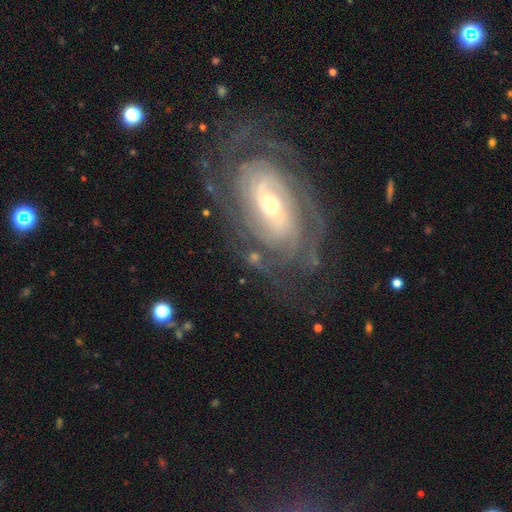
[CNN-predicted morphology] Overall: featured or disk (88%). Edge-on disk: no (95%). Bar: no (37%; weak 35%). Spiral arms: yes (94%). Spiral arm count: can't tell (35%; 2 23%). Spiral winding: tight (71%). Bulge size: moderate (50%; small 42%). Merging: none (74%).